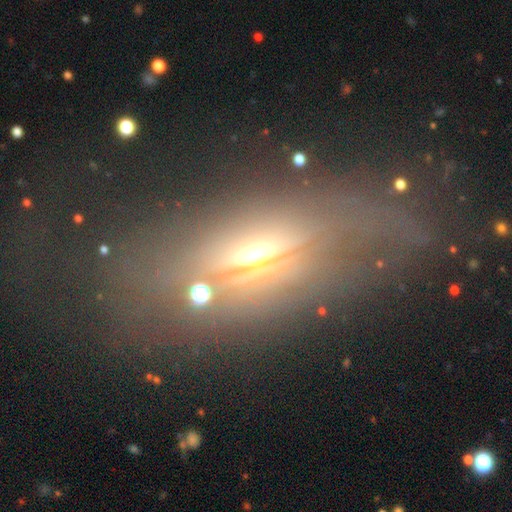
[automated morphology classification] A featured or disk galaxy (59%) viewed edge-on (78%).

Vote fractions:
- Smooth or featured? featured or disk: 59% / smooth: 23% / star or artifact: 18%
- Edge-on disk? yes: 78% / no: 22%
- Merging? none: 67% / minor disturbance: 15% / major disturbance: 13% / merger: 6%